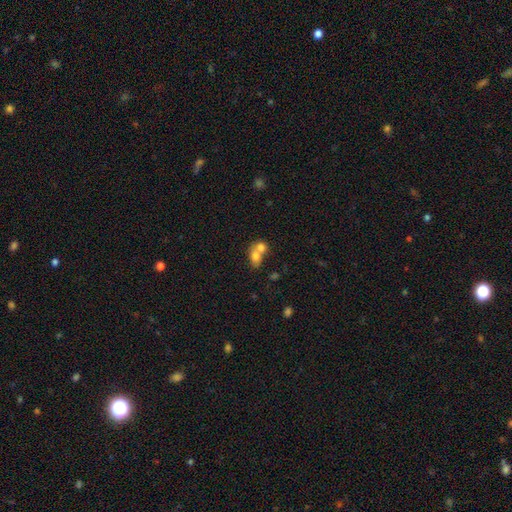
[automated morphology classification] type=smooth (72%); roundness=in between (59%); merging=merger (71%).